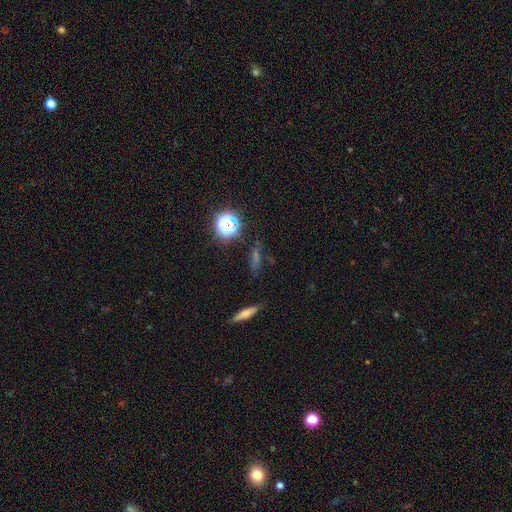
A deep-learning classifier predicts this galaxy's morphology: Smooth or featured? Predicted: star or artifact (p=0.49).